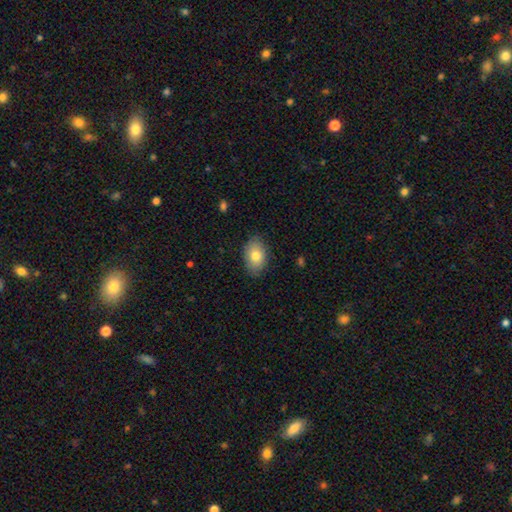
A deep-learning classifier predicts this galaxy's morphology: This appears to be a smooth galaxy with no disk features (79%) that is in between round and cigar-shaped (87%). Merging: none (85%).